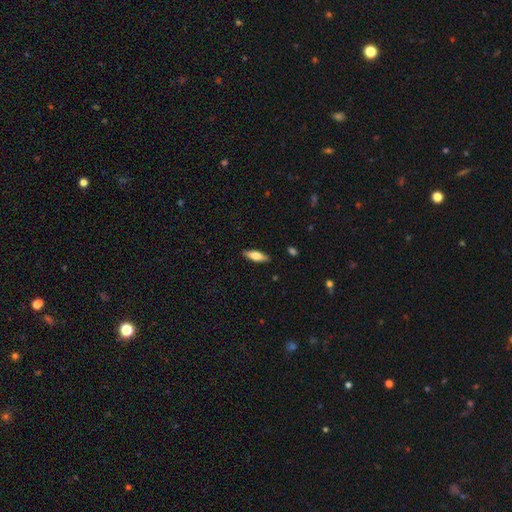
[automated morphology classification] Smooth or featured?
  - smooth: 68% *
  - featured or disk: 26%
  - star or artifact: 6%
How rounded?
  - in between: 58% *
  - cigar-shaped: 40%
  - round: 2%
Merging?
  - none: 88% *
  - minor disturbance: 9%
  - major disturbance: 2%
  - merger: 1%